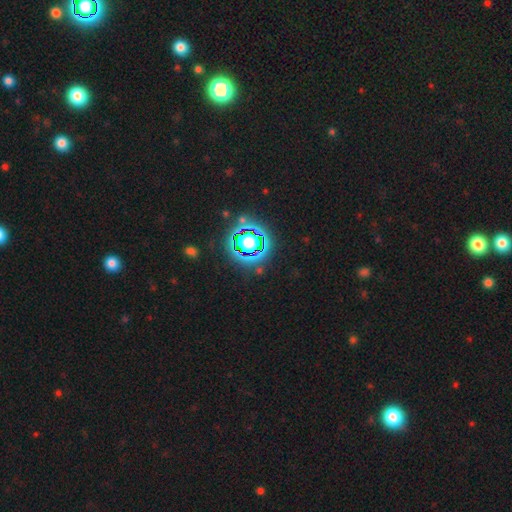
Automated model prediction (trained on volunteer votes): Smooth or featured? Predicted: star or artifact (p=0.82).